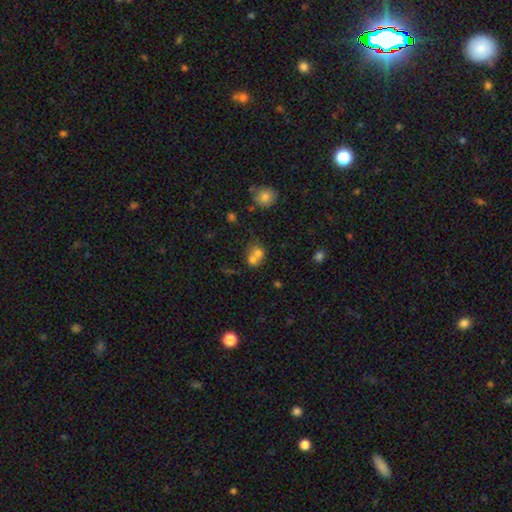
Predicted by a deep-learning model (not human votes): Smooth or featured? Predicted: smooth (p=0.69). How rounded? Predicted: round (p=0.66). Merging? Predicted: merger (p=0.64).